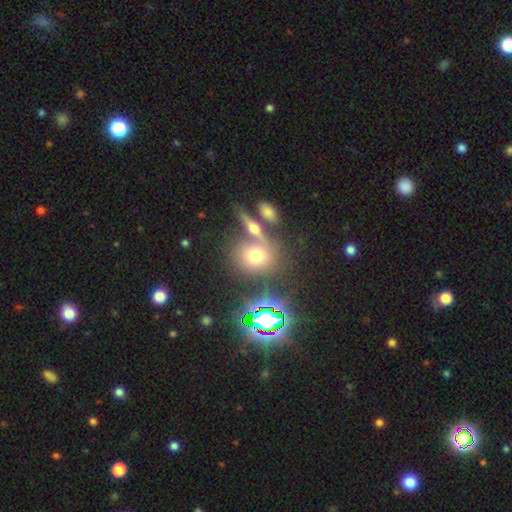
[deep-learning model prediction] This is likely a smooth galaxy (61%). How rounded: likely round (67%). Merging: possibly none (53%).